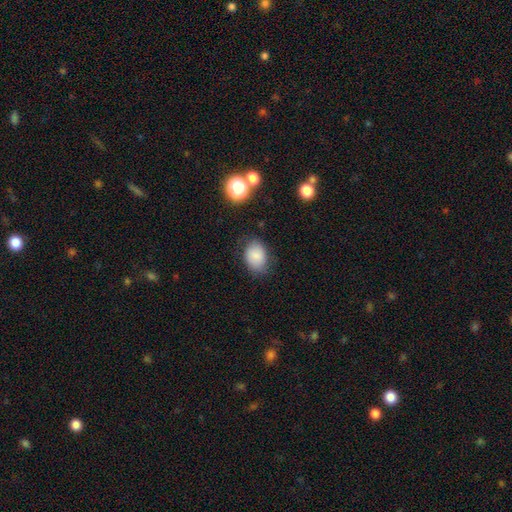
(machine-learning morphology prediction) smooth_or_featured: smooth (p=0.85) [alt: star or artifact p=0.09]
how_rounded: in between (p=0.75) [alt: round p=0.24]
merging: none (p=0.74) [alt: minor disturbance p=0.19]